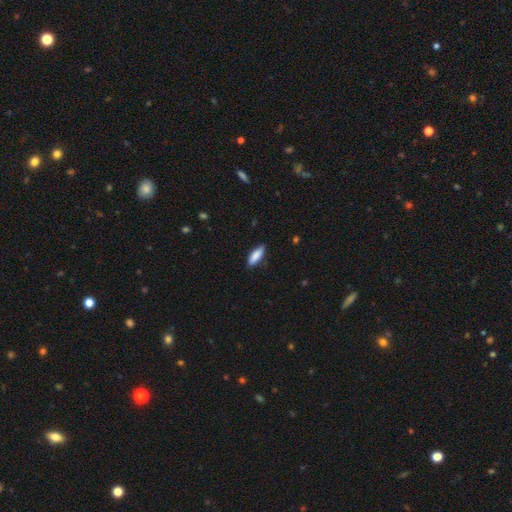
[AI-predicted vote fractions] This appears to be a smooth galaxy with no disk features (84%) that is in between round and cigar-shaped (55%). Merging: none (85%).